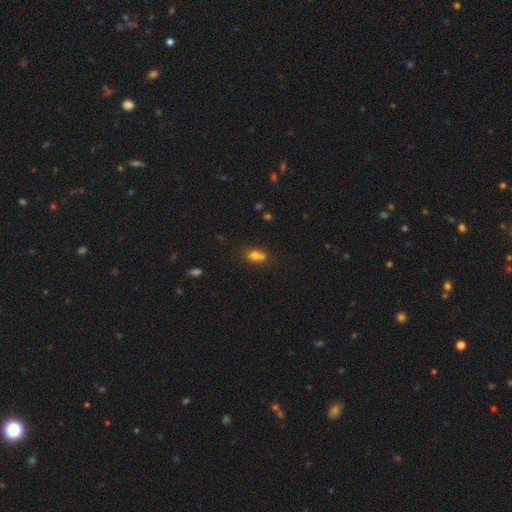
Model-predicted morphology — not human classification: The model was most divided on "merging": merger: 43%, none: 40%, minor disturbance: 13%, major disturbance: 5%. More confident: smooth or featured — smooth (72%); how rounded — in between (57%).